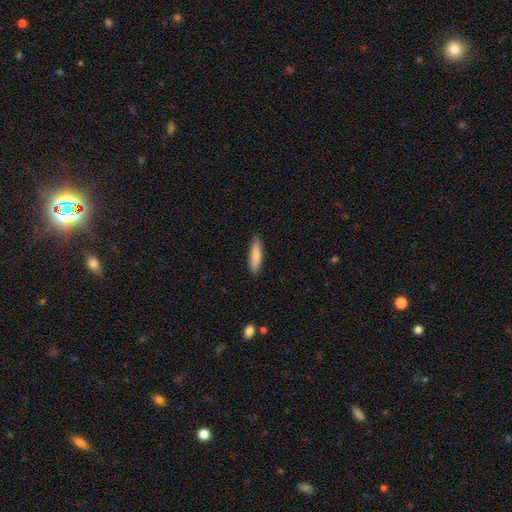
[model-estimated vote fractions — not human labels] Q: Smooth or featured?
A: smooth (82%); runner-up: featured or disk (13%)
Q: How rounded?
A: cigar-shaped (76%); runner-up: in between (23%)
Q: Merging?
A: none (88%); runner-up: minor disturbance (9%)